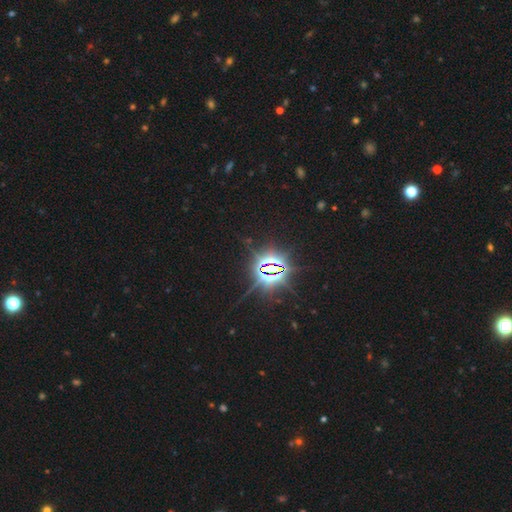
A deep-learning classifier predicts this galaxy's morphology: A star or artifact, not a galaxy (85%).

Vote fractions:
- Smooth or featured? star or artifact: 85% / smooth: 9% / featured or disk: 6%